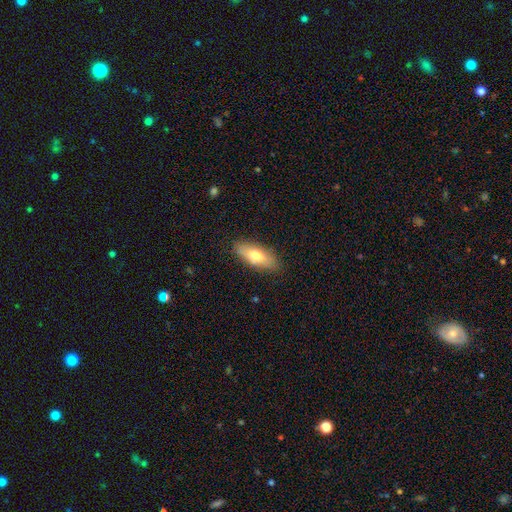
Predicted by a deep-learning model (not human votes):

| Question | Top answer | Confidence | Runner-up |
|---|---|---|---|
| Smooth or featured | smooth | 71% | featured or disk (23%) |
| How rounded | in between | 71% | cigar-shaped (26%) |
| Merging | none | 86% | minor disturbance (11%) |